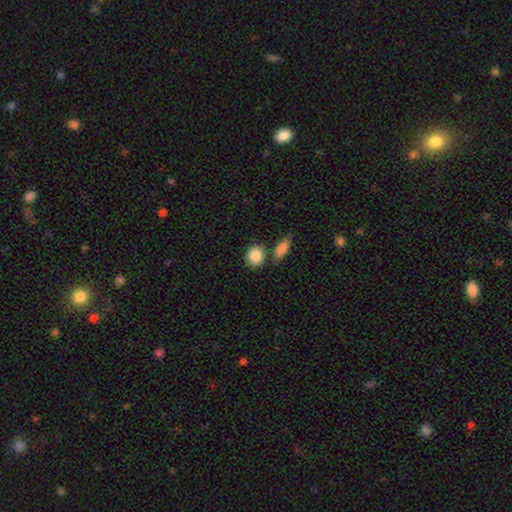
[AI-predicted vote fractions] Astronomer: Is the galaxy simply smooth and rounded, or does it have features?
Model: smooth — 88%.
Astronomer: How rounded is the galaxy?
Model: round — 66%.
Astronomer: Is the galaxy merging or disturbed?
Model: none — 66%.